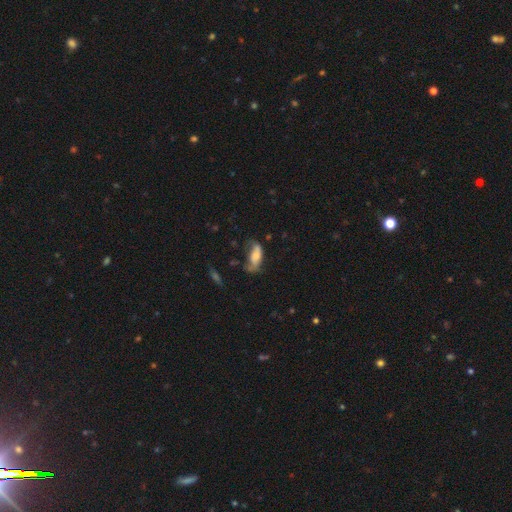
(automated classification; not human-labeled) The model was most divided on "merging": none: 35%, minor disturbance: 32%, major disturbance: 28%, merger: 5%. More confident: how rounded — in between (83%); smooth or featured — smooth (61%).